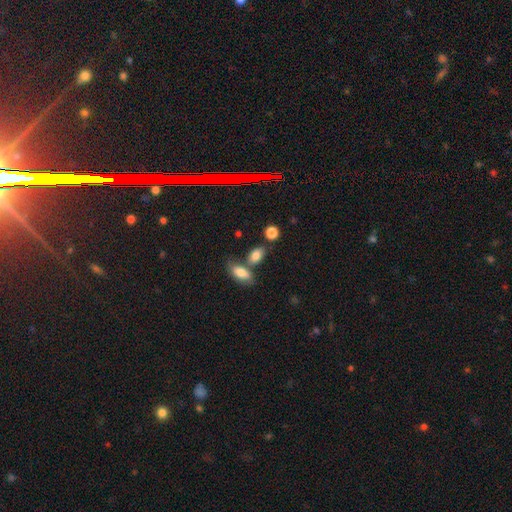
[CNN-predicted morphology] Smooth or featured?
  - smooth: 81% *
  - star or artifact: 10%
  - featured or disk: 9%
How rounded?
  - in between: 79% *
  - round: 18%
  - cigar-shaped: 3%
Merging?
  - none: 60% *
  - merger: 23%
  - minor disturbance: 13%
  - major disturbance: 4%